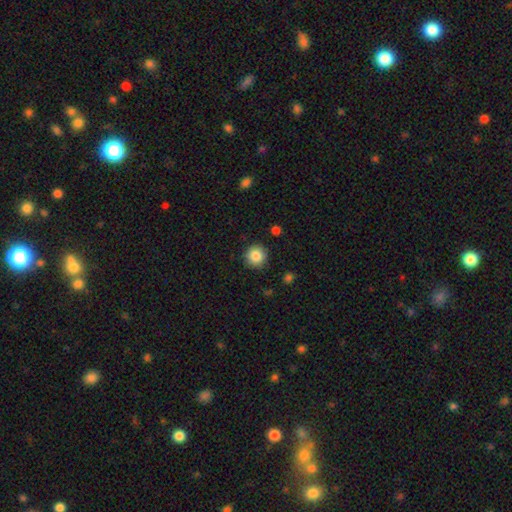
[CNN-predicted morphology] A smooth galaxy with no disk features (86%) that is round (94%).

Vote fractions:
- Smooth or featured? smooth: 86% / star or artifact: 9% / featured or disk: 5%
- How rounded? round: 94% / in between: 5% / cigar-shaped: 1%
- Merging? none: 90% / minor disturbance: 7% / major disturbance: 2% / merger: 1%